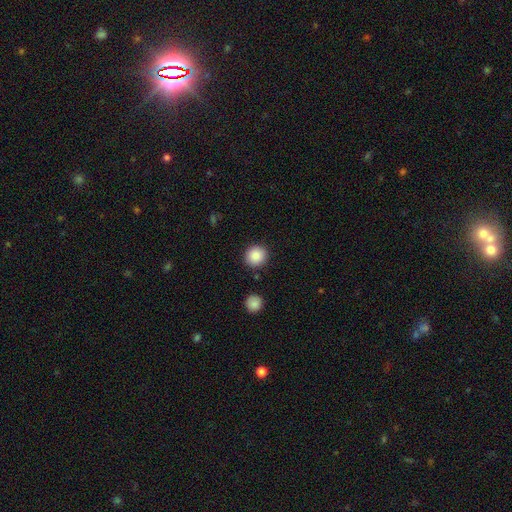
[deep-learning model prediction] smooth 88%, star or artifact 8%, featured or disk 4%. Down the decision tree: how rounded — round (92%); merging — none (90%).